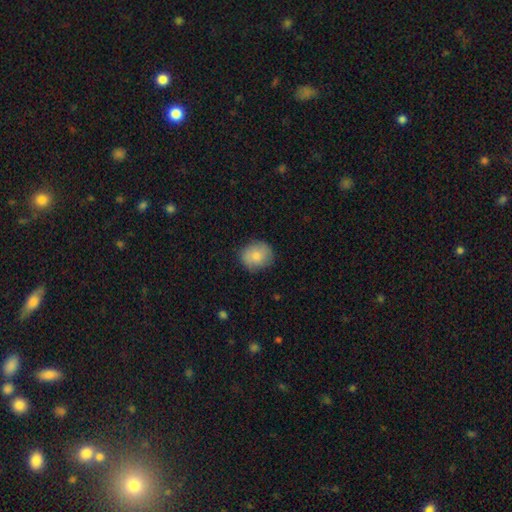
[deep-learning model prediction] A smooth galaxy with no disk features (80%) that is round (79%).

Vote fractions:
- Smooth or featured? smooth: 80% / featured or disk: 13% / star or artifact: 7%
- How rounded? round: 79% / in between: 20% / cigar-shaped: 1%
- Merging? none: 82% / minor disturbance: 14% / major disturbance: 3% / merger: 1%